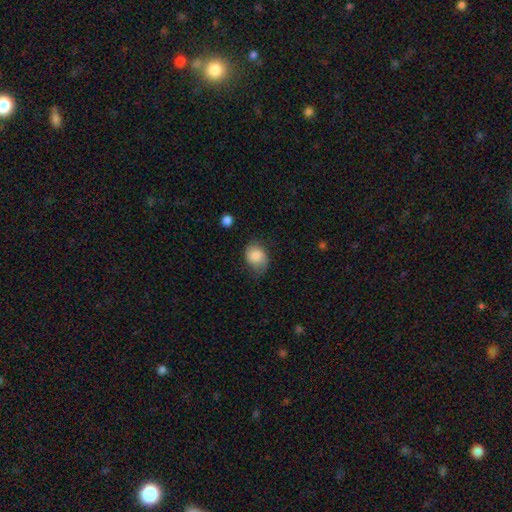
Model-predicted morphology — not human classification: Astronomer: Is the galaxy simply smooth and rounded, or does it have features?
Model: smooth — 78%.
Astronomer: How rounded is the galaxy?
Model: in between — 52% (runner-up: round, 47%).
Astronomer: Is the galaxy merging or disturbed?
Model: none — 59%.